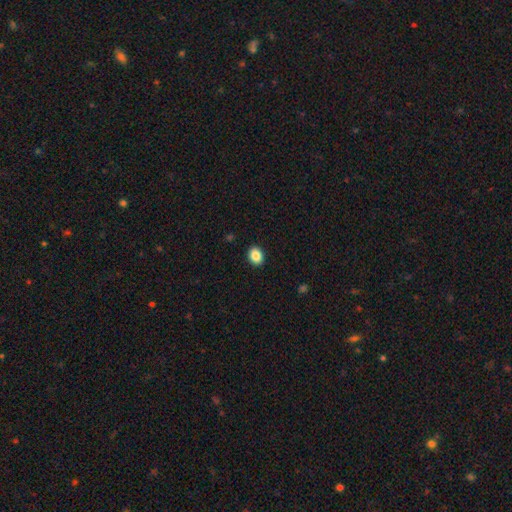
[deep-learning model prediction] The model was most divided on "how rounded": in between: 54%, round: 45%, cigar-shaped: 1%. More confident: merging — none (91%); smooth or featured — smooth (88%).